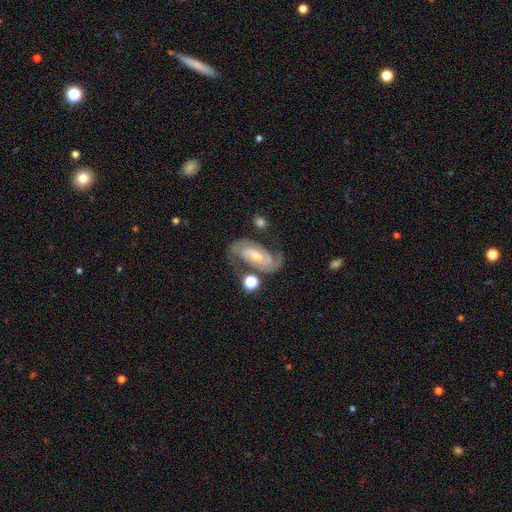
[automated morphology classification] Smooth or featured? Predicted: featured or disk (p=0.87). Edge-on disk? Predicted: no (p=0.97). Bar? Predicted: weak (p=0.41). Spiral arms? Predicted: yes (p=0.97). Spiral winding? Predicted: medium (p=0.48). Spiral arm count? Predicted: 2 (p=0.91). Bulge size? Predicted: small (p=0.49). Merging? Predicted: none (p=0.68).